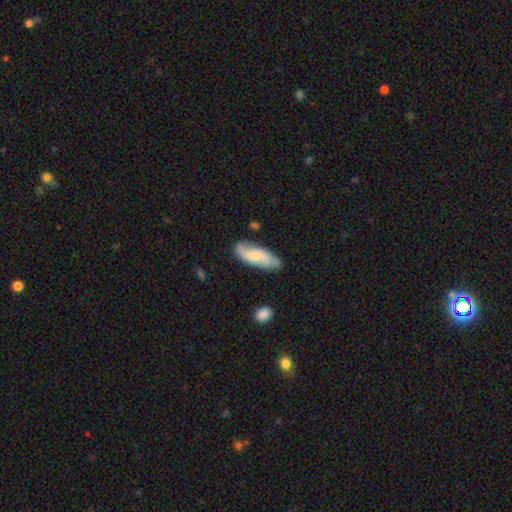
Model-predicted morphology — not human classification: smooth_or_featured: featured or disk (p=0.53) [alt: smooth p=0.41]
disk_edge_on: no (p=0.90) [alt: yes p=0.10]
merging: none (p=0.74) [alt: minor disturbance p=0.19]